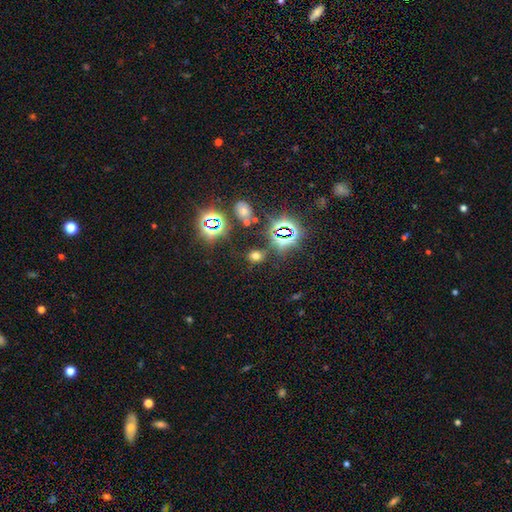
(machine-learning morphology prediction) This is possibly a smooth galaxy (48%). Merging: clearly none (81%).